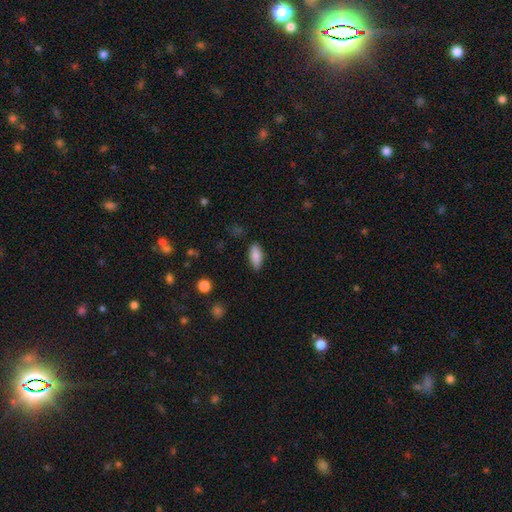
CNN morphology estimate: Smooth or featured: smooth — 87% (star or artifact — 7%)
How rounded: in between — 81% (cigar-shaped — 17%)
Merging: none — 83% (minor disturbance — 13%)